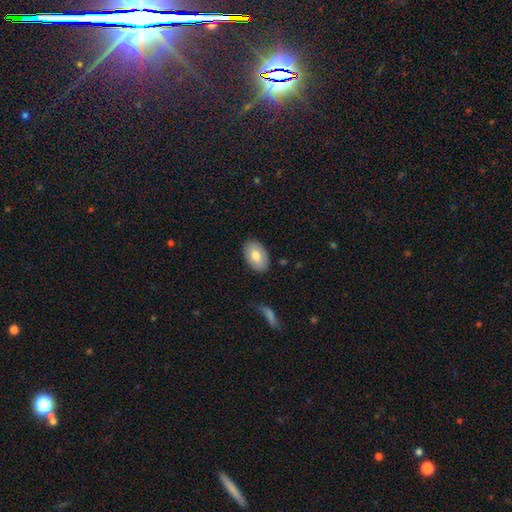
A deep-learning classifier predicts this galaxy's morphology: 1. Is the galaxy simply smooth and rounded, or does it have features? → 75% smooth, 19% featured or disk, 6% star or artifact.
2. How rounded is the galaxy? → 92% in between, 7% round, 1% cigar-shaped.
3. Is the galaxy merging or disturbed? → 86% none, 11% minor disturbance, 3% major disturbance, 1% merger.